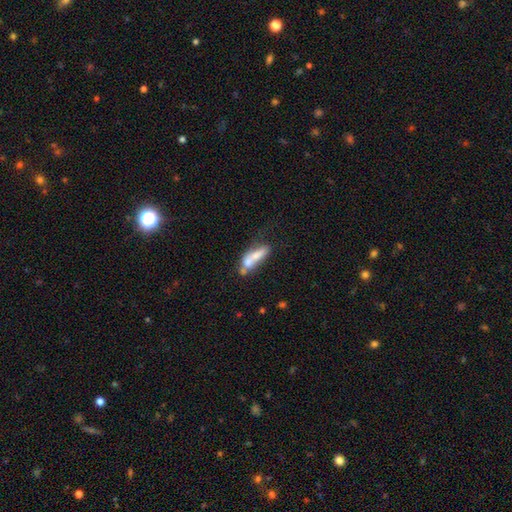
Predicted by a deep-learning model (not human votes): A smooth galaxy with no disk features (56%) that is cigar-shaped (48%, tied with in between).

Vote fractions:
- Smooth or featured? smooth: 56% / featured or disk: 35% / star or artifact: 9%
- How rounded? cigar-shaped: 48% (tied) / in between: 48% (tied) / round: 4%
- Merging? merger: 43% / none: 27% / minor disturbance: 17% / major disturbance: 13%